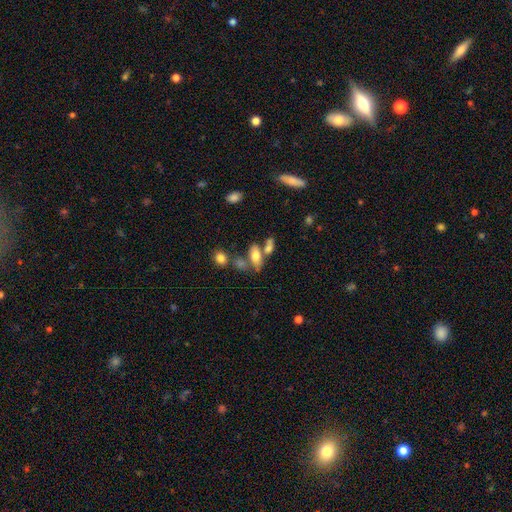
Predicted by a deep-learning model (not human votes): Smooth or featured? smooth (69%)
How rounded? in between (82%)
Merging? none (47%)